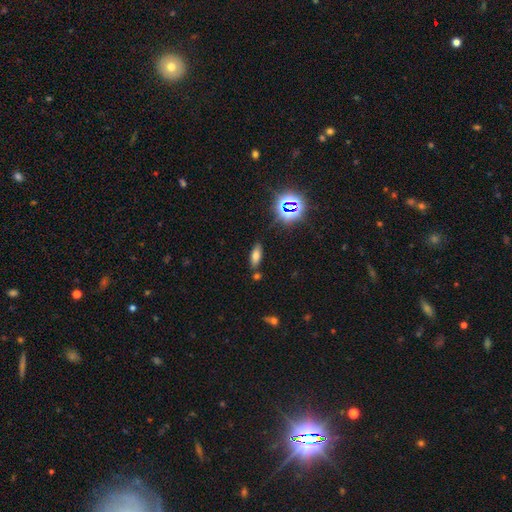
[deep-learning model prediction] Morphology: type=smooth (67%); roundness=in between (75%); merging=none (76%).